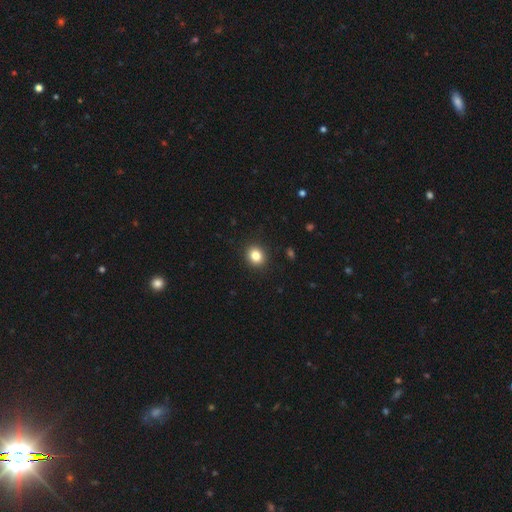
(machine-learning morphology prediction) smooth-or-featured: smooth: 84% | star or artifact: 11% | featured or disk: 6%
  how-rounded: round: 74% | in between: 25% | cigar-shaped: 1%
  merging: none: 92% | minor disturbance: 6% | major disturbance: 2% | merger: 1%